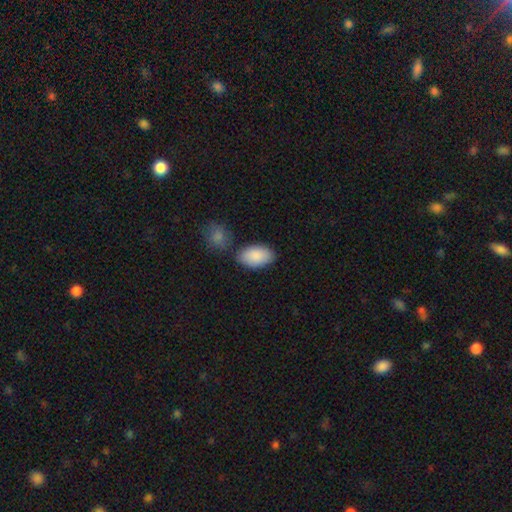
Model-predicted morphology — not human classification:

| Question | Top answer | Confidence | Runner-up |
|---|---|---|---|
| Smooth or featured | smooth | 89% | featured or disk (6%) |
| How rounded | in between | 95% | round (4%) |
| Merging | none | 68% | minor disturbance (15%) |